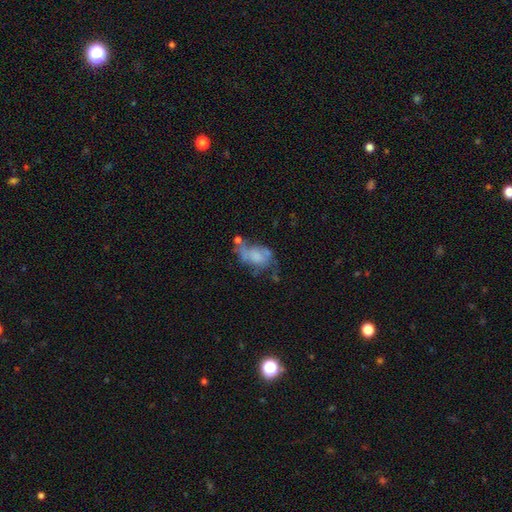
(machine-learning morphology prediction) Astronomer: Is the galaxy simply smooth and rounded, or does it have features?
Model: featured or disk — 47% (runner-up: smooth, 42%).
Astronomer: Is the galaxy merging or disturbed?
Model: major disturbance — 32% (runner-up: none, 27%).